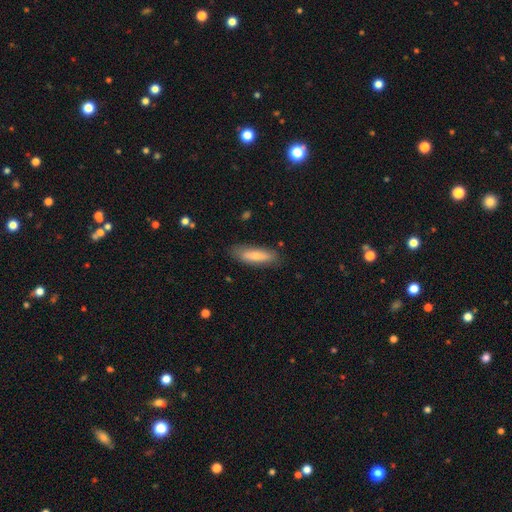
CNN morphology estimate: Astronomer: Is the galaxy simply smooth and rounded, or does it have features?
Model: smooth — 73%.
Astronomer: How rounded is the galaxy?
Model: cigar-shaped — 51% (runner-up: in between, 48%).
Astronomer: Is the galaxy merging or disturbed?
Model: none — 82%.